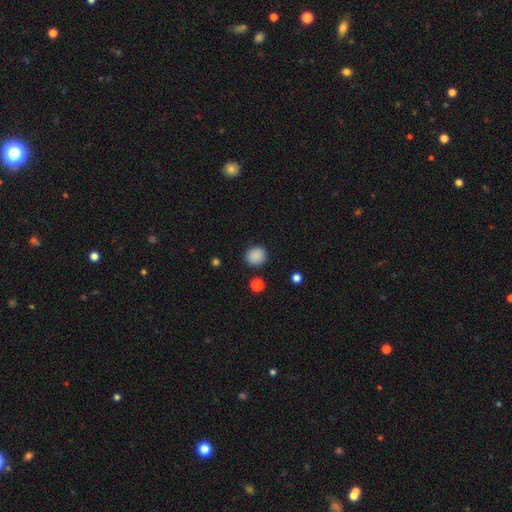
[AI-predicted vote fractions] This is clearly a smooth galaxy (87%). How rounded: clearly round (90%). Merging: clearly none (89%).